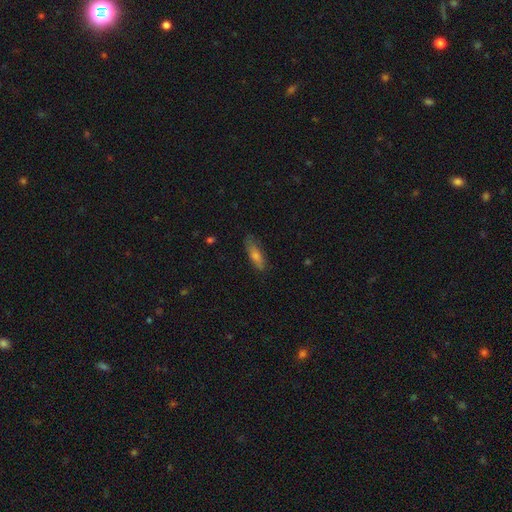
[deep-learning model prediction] Smooth or featured? Predicted: smooth (p=0.66). How rounded? Predicted: cigar-shaped (p=0.57). Merging? Predicted: none (p=0.80).